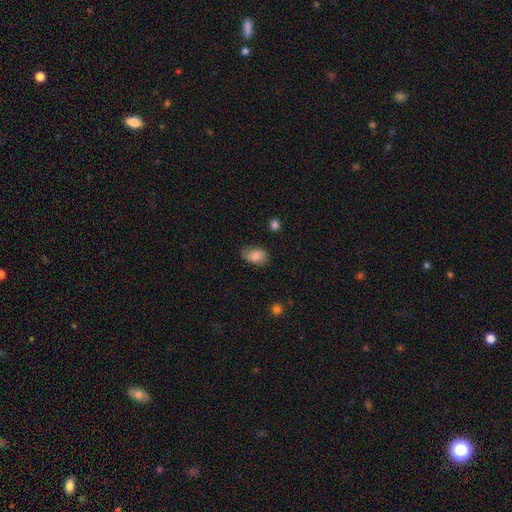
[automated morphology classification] Overall: smooth (83%). How rounded: in between (86%). Merging: none (74%).